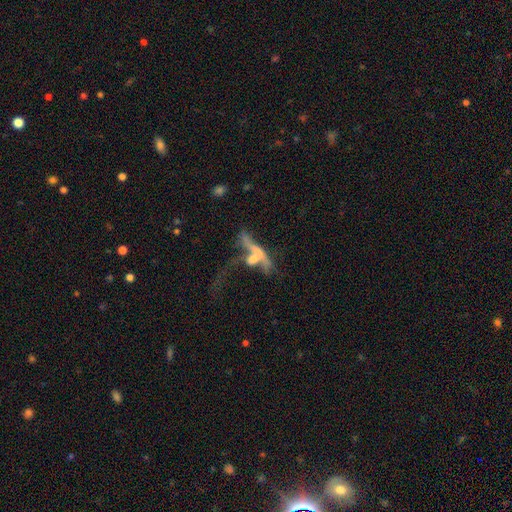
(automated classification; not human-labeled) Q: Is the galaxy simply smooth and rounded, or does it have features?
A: featured or disk — 55%.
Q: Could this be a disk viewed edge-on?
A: no — 59%.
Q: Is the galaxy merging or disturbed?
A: merger — 49%.